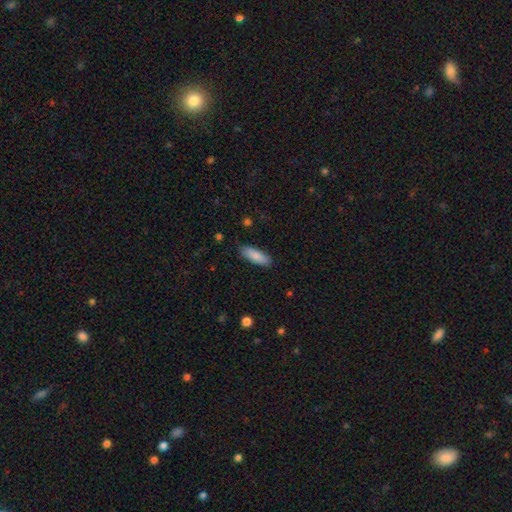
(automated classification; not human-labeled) Overall: smooth (85%). How rounded: in between (60%; cigar-shaped 39%). Merging: none (87%).